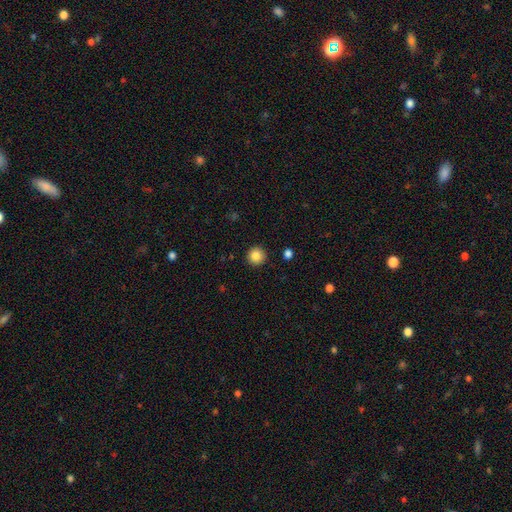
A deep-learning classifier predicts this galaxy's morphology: Overall: smooth (85%). How rounded: round (95%). Merging: none (92%).